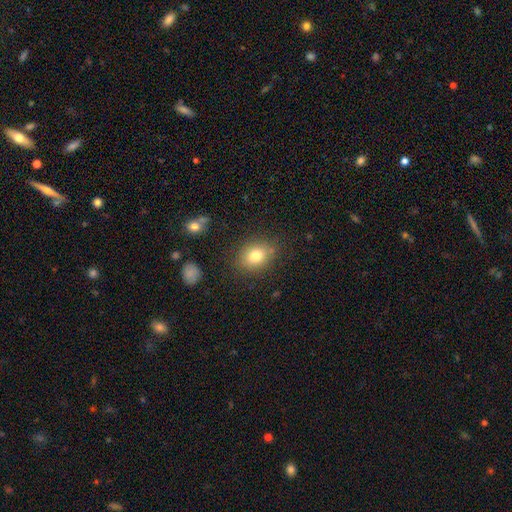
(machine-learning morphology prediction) Smooth or featured: smooth — 79% (star or artifact — 11%)
How rounded: in between — 54% (round — 45%)
Merging: none — 80% (minor disturbance — 14%)